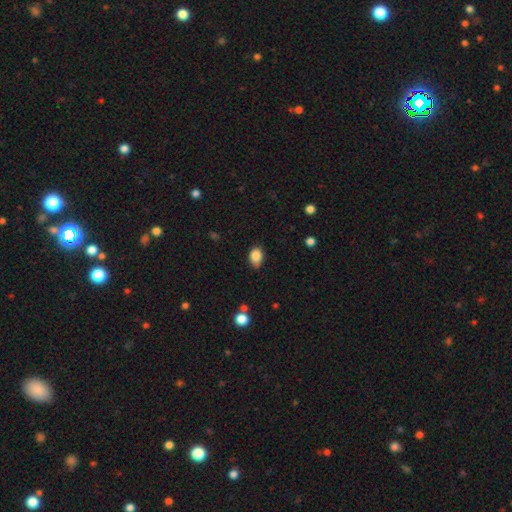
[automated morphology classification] smooth_or_featured: smooth (p=0.85) [alt: star or artifact p=0.09]
how_rounded: in between (p=0.69) [alt: round p=0.29]
merging: none (p=0.69) [alt: minor disturbance p=0.25]